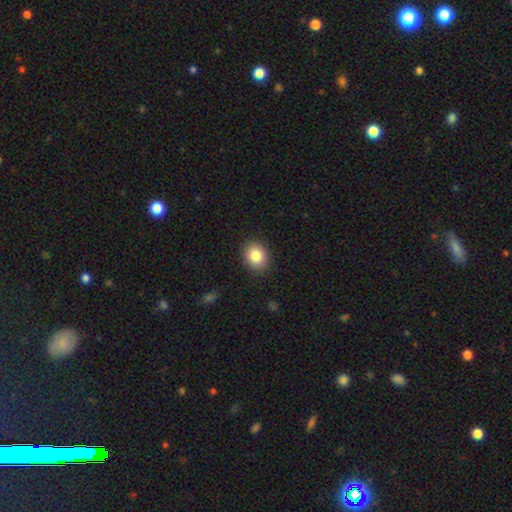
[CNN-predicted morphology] Smooth or featured?
  - smooth: 84% *
  - star or artifact: 9%
  - featured or disk: 7%
How rounded?
  - round: 53% *
  - in between: 46%
  - cigar-shaped: 1%
Merging?
  - none: 89% *
  - minor disturbance: 8%
  - major disturbance: 2%
  - merger: 1%